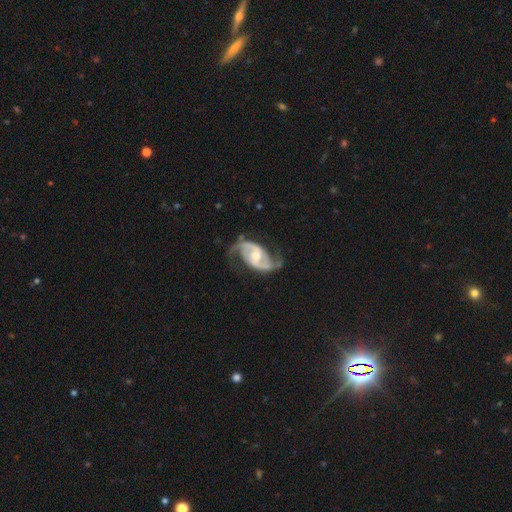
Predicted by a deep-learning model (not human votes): Smooth or featured? featured or disk (91%)
Edge-on disk? no (97%)
Bar? weak (46%)
Spiral arms? yes (97%)
Spiral winding? medium (49%)
Spiral arm count? 2 (93%)
Bulge size? moderate (59%)
Merging? none (68%)